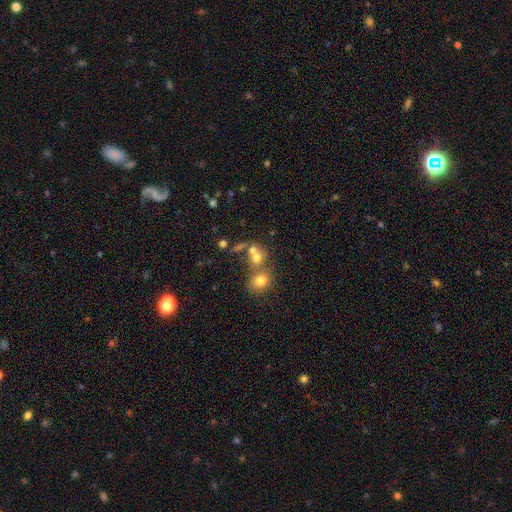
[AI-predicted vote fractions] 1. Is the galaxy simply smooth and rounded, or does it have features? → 66% smooth, 19% featured or disk, 15% star or artifact.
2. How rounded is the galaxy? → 69% round, 30% in between, 2% cigar-shaped.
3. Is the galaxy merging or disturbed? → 52% merger, 34% none, 8% minor disturbance, 6% major disturbance.